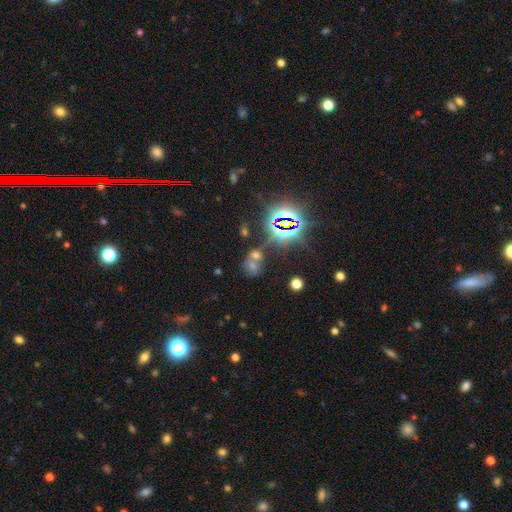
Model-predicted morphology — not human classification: This appears to be a star or artifact, not a galaxy (44%).